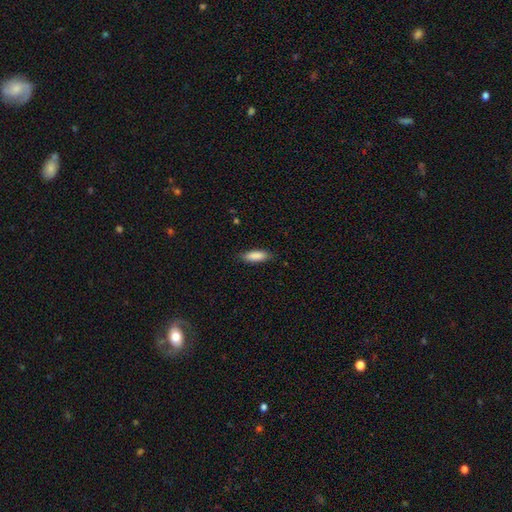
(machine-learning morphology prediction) Q: Smooth or featured?
A: smooth (87%); runner-up: featured or disk (6%)
Q: How rounded?
A: in between (60%); runner-up: cigar-shaped (39%)
Q: Merging?
A: none (84%); runner-up: minor disturbance (12%)